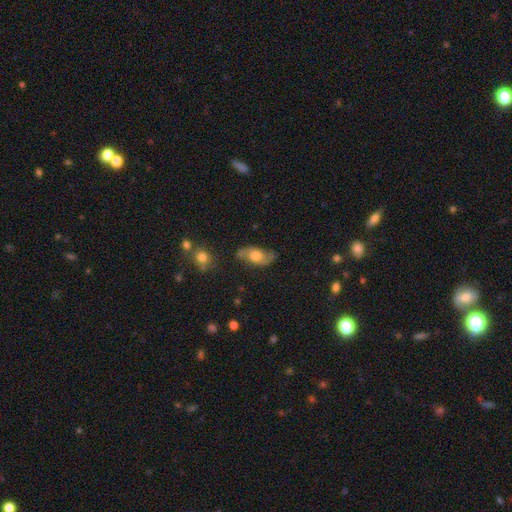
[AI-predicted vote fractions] smooth 47%, featured or disk 45%, star or artifact 8%. Down the decision tree: merging — none (69%).